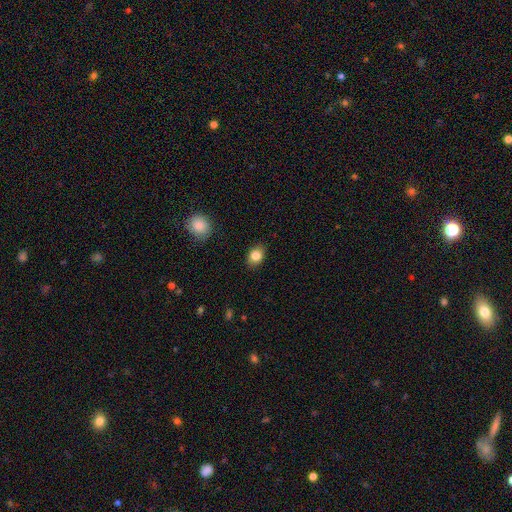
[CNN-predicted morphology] smooth_or_featured: smooth (p=0.83) [alt: star or artifact p=0.09]
how_rounded: in between (p=0.69) [alt: round p=0.30]
merging: none (p=0.88) [alt: minor disturbance p=0.09]